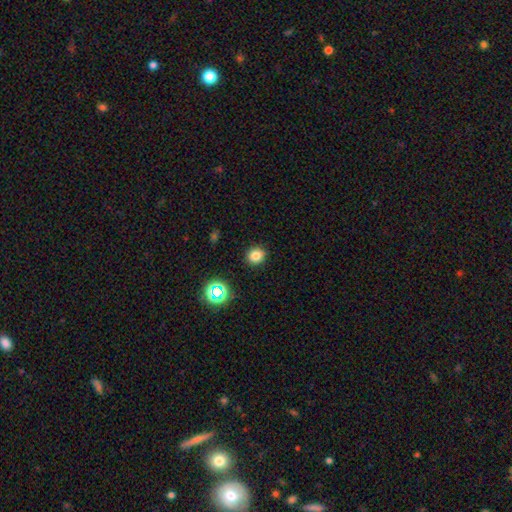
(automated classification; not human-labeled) Smooth or featured? smooth (78%)
How rounded? round (74%)
Merging? none (89%)